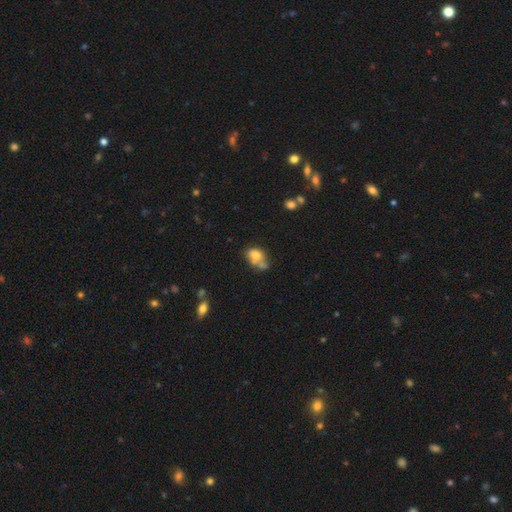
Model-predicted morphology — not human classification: A smooth galaxy with no disk features (68%) that is in between round and cigar-shaped (69%).

Vote fractions:
- Smooth or featured? smooth: 68% / featured or disk: 21% / star or artifact: 11%
- How rounded? in between: 69% / round: 30% / cigar-shaped: 1%
- Merging? merger: 40% / none: 29% / minor disturbance: 20% / major disturbance: 11%